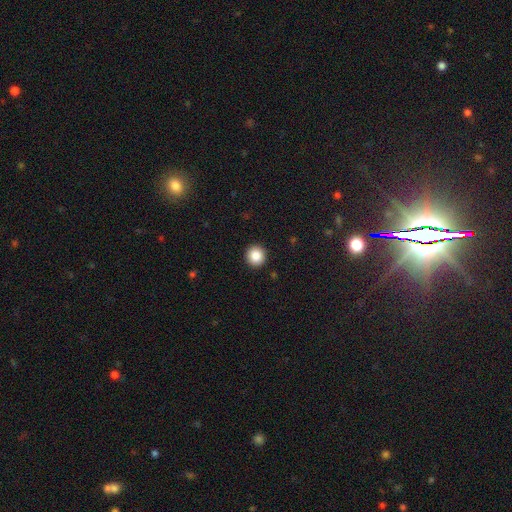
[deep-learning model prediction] Smooth or featured?
  - smooth: 87% *
  - star or artifact: 9%
  - featured or disk: 4%
How rounded?
  - round: 93% *
  - in between: 6%
  - cigar-shaped: 1%
Merging?
  - none: 93% *
  - minor disturbance: 5%
  - major disturbance: 2%
  - merger: 1%